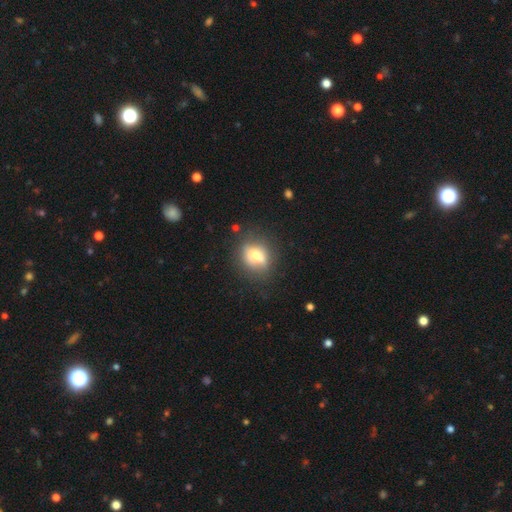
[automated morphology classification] Q: Smooth or featured?
A: smooth (58%); runner-up: featured or disk (31%)
Q: How rounded?
A: round (54%); runner-up: in between (40%)
Q: Merging?
A: none (70%); runner-up: minor disturbance (19%)